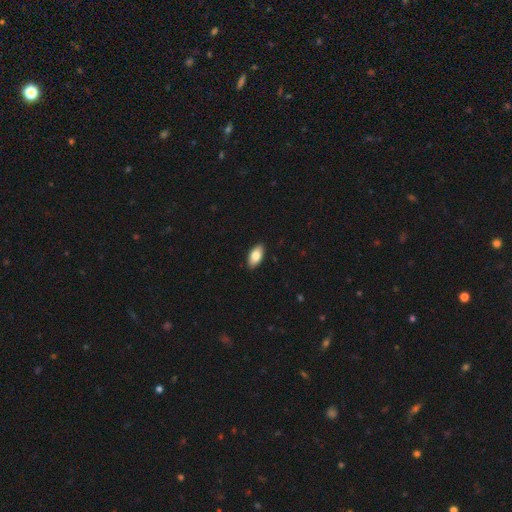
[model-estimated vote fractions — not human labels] Overall: smooth (81%). How rounded: in between (93%). Merging: none (90%).